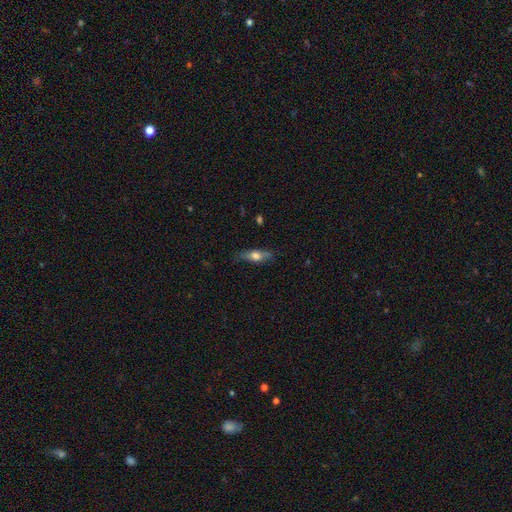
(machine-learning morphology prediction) smooth_or_featured: smooth (p=0.57) [alt: featured or disk p=0.36]
how_rounded: in between (p=0.53) [alt: cigar-shaped p=0.43]
merging: none (p=0.74) [alt: minor disturbance p=0.20]